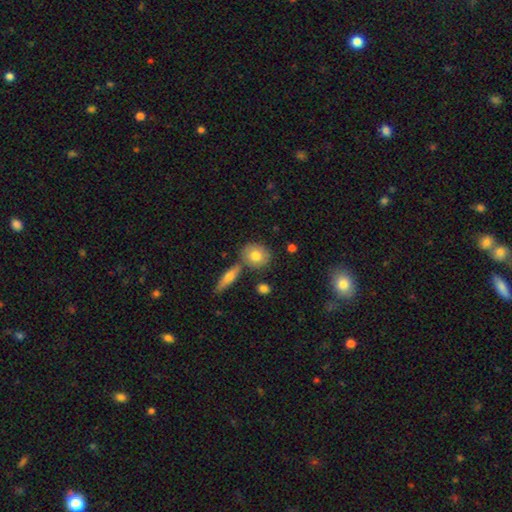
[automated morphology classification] type=smooth (77%); roundness=round (65%); merging=none (71%).